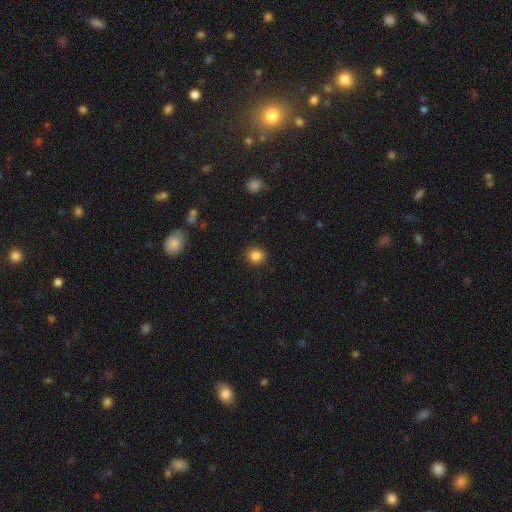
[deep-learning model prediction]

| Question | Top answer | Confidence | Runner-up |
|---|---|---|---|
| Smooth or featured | smooth | 85% | star or artifact (11%) |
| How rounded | round | 87% | in between (12%) |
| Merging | none | 91% | minor disturbance (6%) |